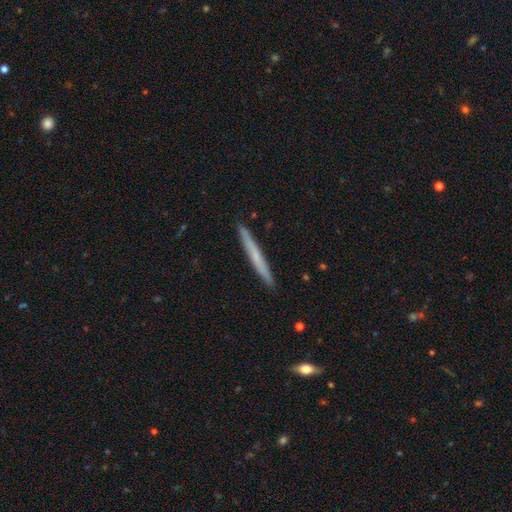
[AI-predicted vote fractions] The model was most divided on "smooth or featured": smooth: 55%, featured or disk: 40%, star or artifact: 6%. More confident: how rounded — cigar-shaped (97%); merging — none (92%).